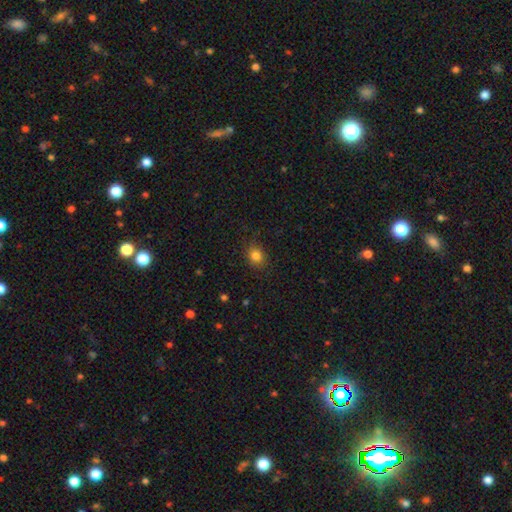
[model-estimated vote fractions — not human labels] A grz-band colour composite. It shows a smooth galaxy with no disk features (82%) that is round (62%). Merging: none (81%).